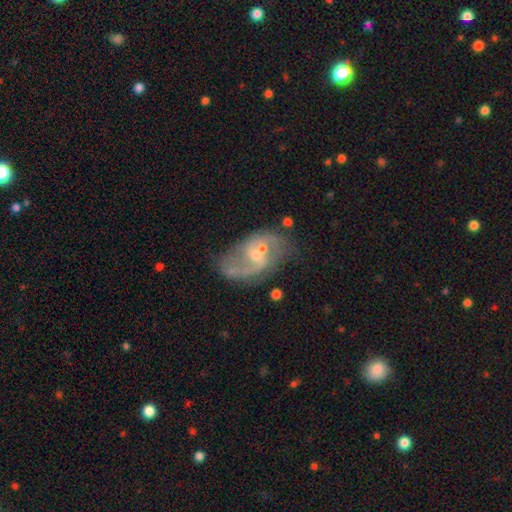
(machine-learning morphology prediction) Smooth or featured? featured or disk (84%)
Edge-on disk? no (97%)
Bar? weak (48%)
Spiral arms? yes (92%)
Spiral winding? loose (50%)
Spiral arm count? 2 (84%)
Bulge size? small (62%)
Merging? none (53%)